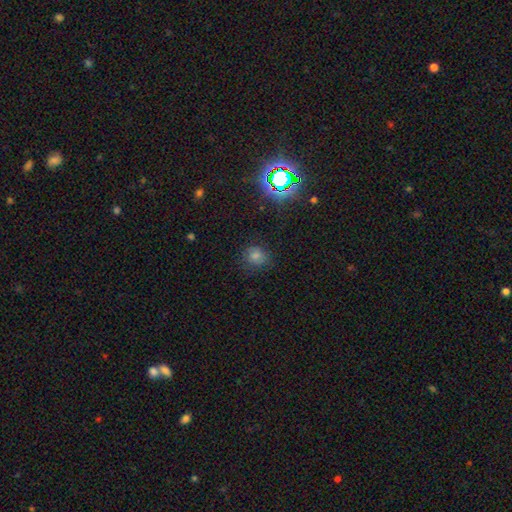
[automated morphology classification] Overall: smooth (60%; star or artifact 31%). How rounded: round (81%). Merging: none (79%).